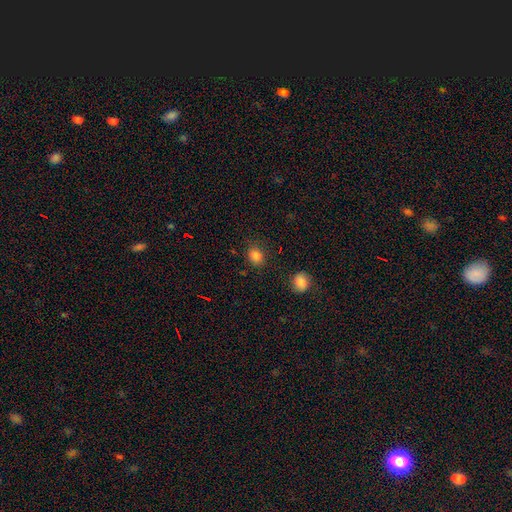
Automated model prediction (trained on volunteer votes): Smooth or featured? Predicted: smooth (p=0.84). How rounded? Predicted: round (p=0.62). Merging? Predicted: none (p=0.81).